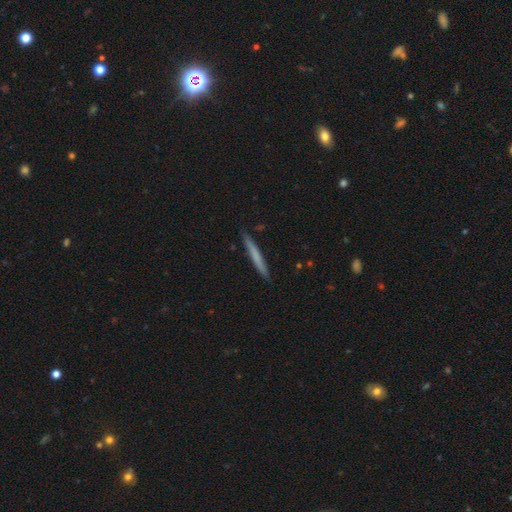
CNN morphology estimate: Q: Smooth or featured?
A: smooth (64%); runner-up: featured or disk (30%)
Q: How rounded?
A: cigar-shaped (97%); runner-up: in between (2%)
Q: Merging?
A: none (90%); runner-up: minor disturbance (8%)